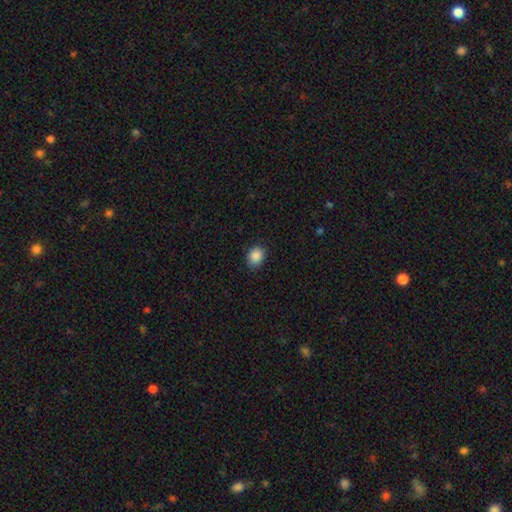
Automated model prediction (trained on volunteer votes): smooth 88%, star or artifact 9%, featured or disk 3%. Down the decision tree: how rounded — round (54%); merging — none (84%).